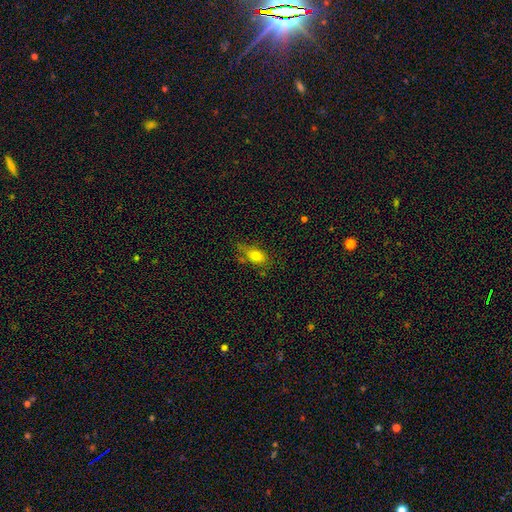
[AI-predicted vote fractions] This appears to be a smooth galaxy with no disk features (76%) that is in between round and cigar-shaped (79%). Merging: none (58%).